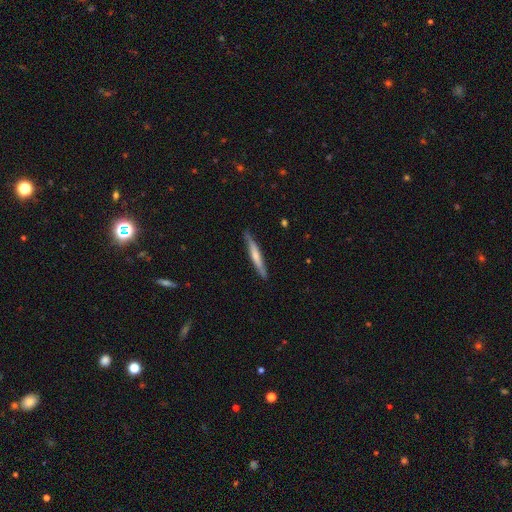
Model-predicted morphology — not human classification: Smooth or featured?
  - smooth: 52% *
  - featured or disk: 43%
  - star or artifact: 5%
How rounded?
  - cigar-shaped: 94% *
  - in between: 4%
  - round: 1%
Merging?
  - none: 84% *
  - minor disturbance: 13%
  - major disturbance: 2%
  - merger: 1%